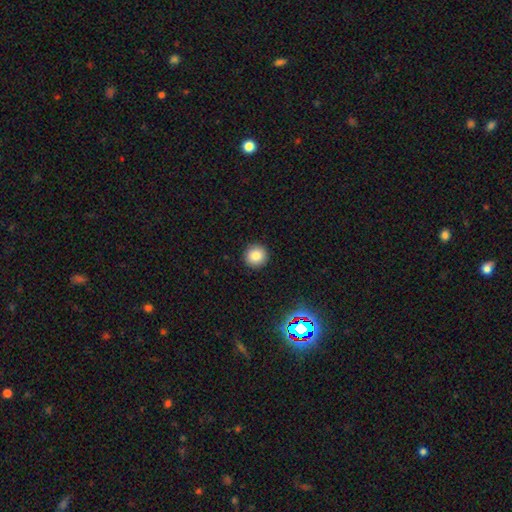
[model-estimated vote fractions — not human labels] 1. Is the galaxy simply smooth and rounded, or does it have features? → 83% smooth, 11% star or artifact, 6% featured or disk.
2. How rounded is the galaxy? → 95% round, 4% in between, 1% cigar-shaped.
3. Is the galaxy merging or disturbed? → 92% none, 5% minor disturbance, 2% major disturbance, 1% merger.